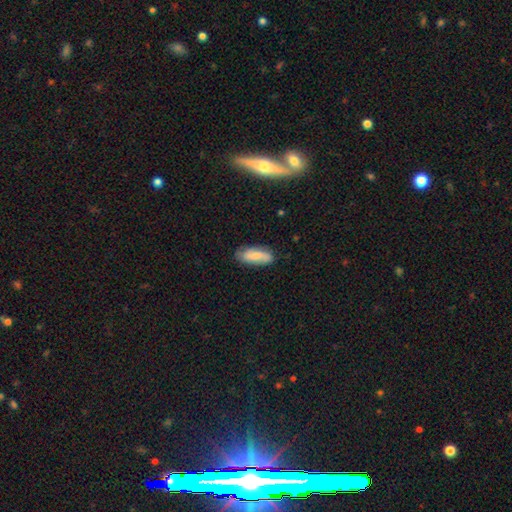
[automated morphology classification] This is likely a smooth galaxy (71%). How rounded: likely in between (77%). Merging: likely none (75%).